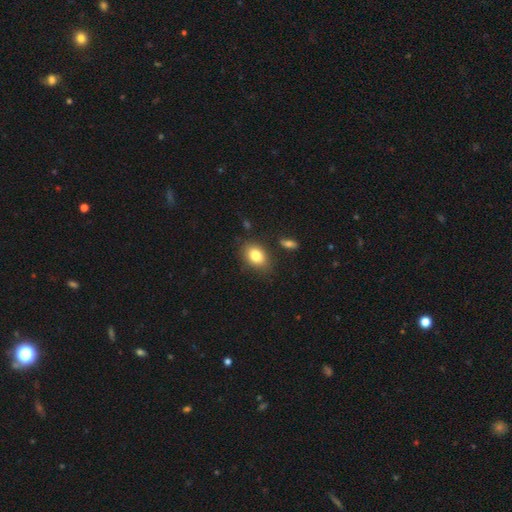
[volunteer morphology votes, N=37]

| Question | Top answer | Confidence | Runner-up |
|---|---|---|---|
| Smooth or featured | smooth | 89% | star or artifact (8%) |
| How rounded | in between | 76% | round (24%) |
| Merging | none | 79% | minor disturbance (15%) |